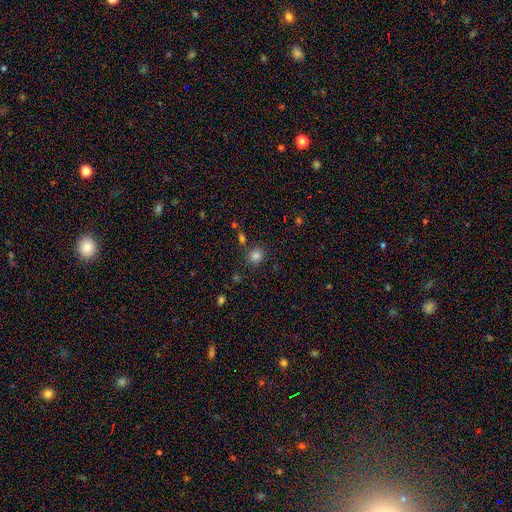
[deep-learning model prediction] This is clearly a smooth galaxy (82%). How rounded: clearly round (81%). Merging: clearly none (81%).